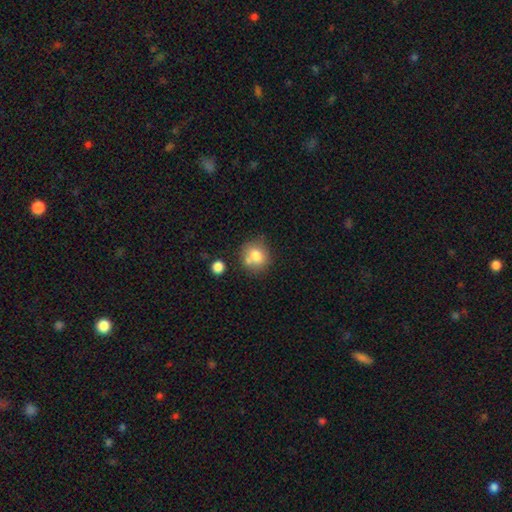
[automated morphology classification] A smooth galaxy with no disk features (76%) that is round (80%).

Vote fractions:
- Smooth or featured? smooth: 76% / featured or disk: 14% / star or artifact: 10%
- How rounded? round: 80% / in between: 19% / cigar-shaped: 1%
- Merging? none: 59% / merger: 22% / minor disturbance: 15% / major disturbance: 4%